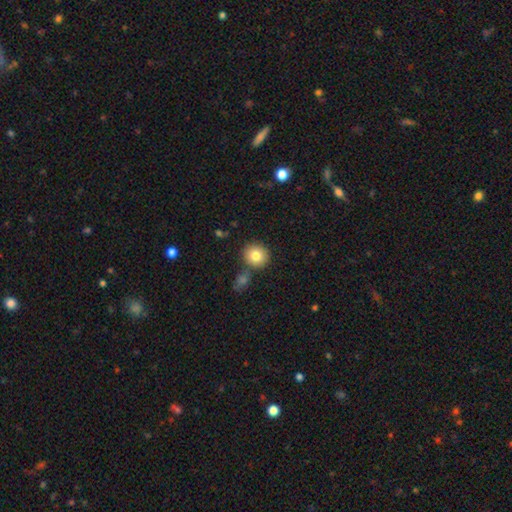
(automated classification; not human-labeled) smooth-or-featured: smooth: 82% | star or artifact: 9% | featured or disk: 9%
  how-rounded: round: 90% | in between: 9% | cigar-shaped: 1%
  merging: none: 79% | merger: 10% | minor disturbance: 8% | major disturbance: 3%